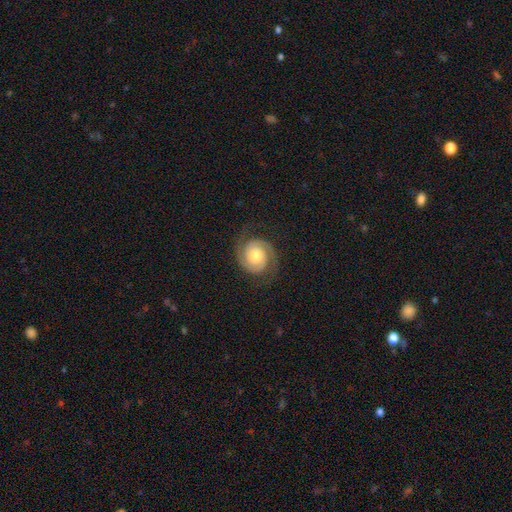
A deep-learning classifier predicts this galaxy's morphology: Smooth or featured?
  - featured or disk: 87% *
  - smooth: 7%
  - star or artifact: 5%
Edge-on disk?
  - no: 98% *
  - yes: 2%
Bar?
  - no: 73% *
  - weak: 21%
  - strong: 6%
Spiral arms?
  - yes: 98% *
  - no: 2%
Spiral winding?
  - tight: 62% *
  - medium: 31%
  - loose: 6%
Spiral arm count?
  - 2: 93% *
  - can't tell: 2%
  - 3: 2%
  - 1: 1%
  - 4: 1%
  - more than 4: 1%
Bulge size?
  - moderate: 63% *
  - small: 26%
  - large: 7%
  - none: 2%
  - dominant: 1%
Merging?
  - none: 81% *
  - minor disturbance: 12%
  - major disturbance: 5%
  - merger: 1%